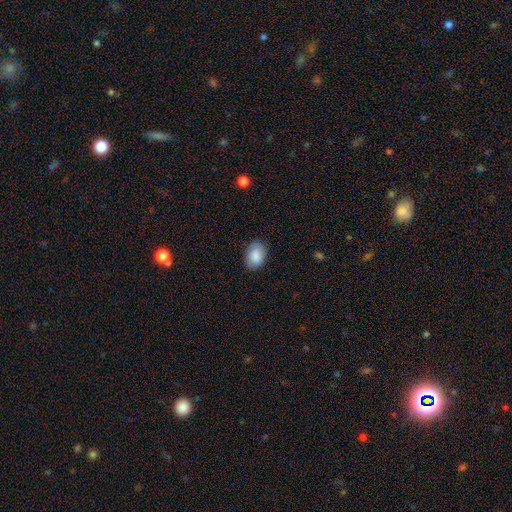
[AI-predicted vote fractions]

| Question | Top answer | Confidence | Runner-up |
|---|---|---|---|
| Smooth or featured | smooth | 86% | featured or disk (8%) |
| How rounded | in between | 82% | round (17%) |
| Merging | none | 82% | minor disturbance (14%) |